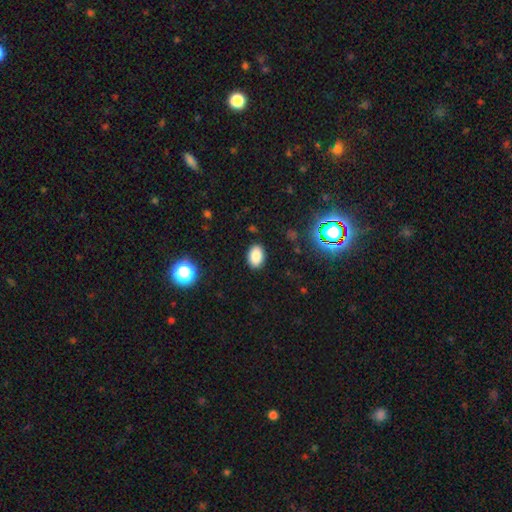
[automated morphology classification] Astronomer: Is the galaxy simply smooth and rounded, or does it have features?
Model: smooth — 84%.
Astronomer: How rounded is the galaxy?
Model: in between — 86%.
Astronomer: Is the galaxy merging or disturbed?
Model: none — 89%.